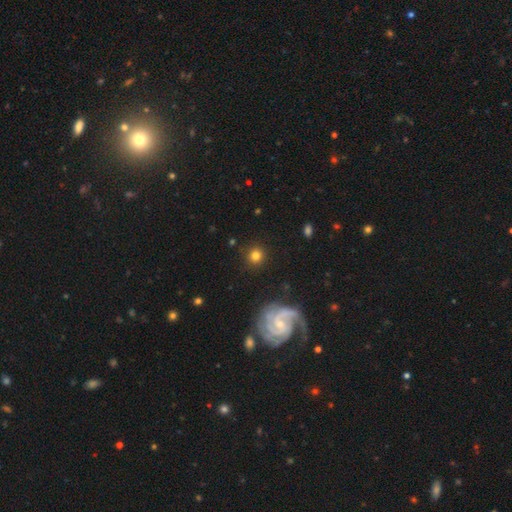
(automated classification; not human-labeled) Smooth or featured? smooth (74%)
How rounded? round (92%)
Merging? none (89%)